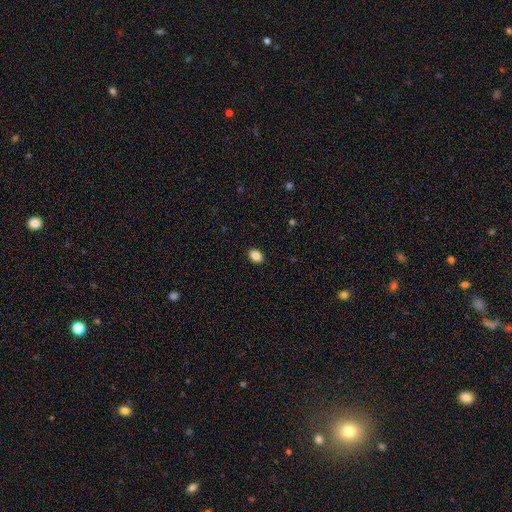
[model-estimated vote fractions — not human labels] Smooth or featured?
  - smooth: 87% *
  - star or artifact: 8%
  - featured or disk: 5%
How rounded?
  - in between: 82% *
  - round: 17%
  - cigar-shaped: 1%
Merging?
  - none: 90% *
  - minor disturbance: 7%
  - major disturbance: 2%
  - merger: 1%